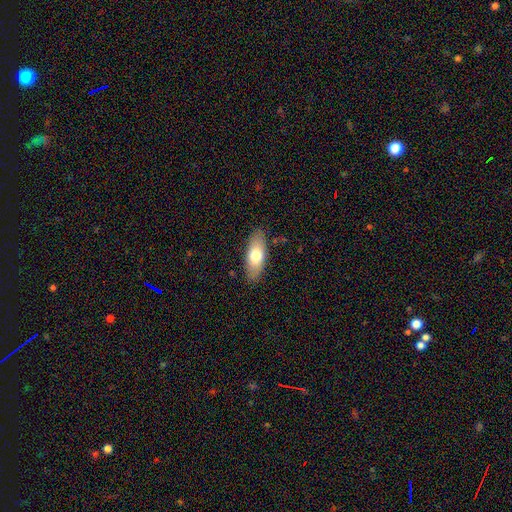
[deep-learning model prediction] Morphology: type=smooth (71%); roundness=in between (75%); merging=none (87%).